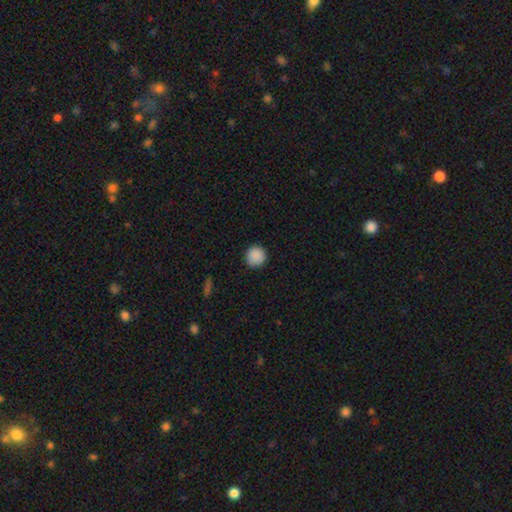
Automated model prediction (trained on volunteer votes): A smooth galaxy with no disk features (89%) that is round (95%).

Vote fractions:
- Smooth or featured? smooth: 89% / star or artifact: 8% / featured or disk: 2%
- How rounded? round: 95% / in between: 4% / cigar-shaped: 1%
- Merging? none: 91% / minor disturbance: 6% / major disturbance: 2% / merger: 1%